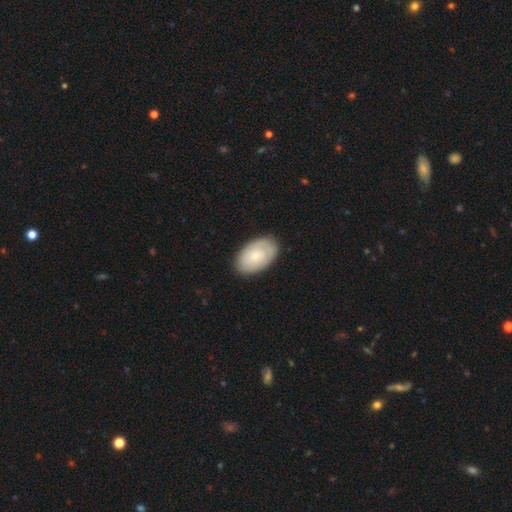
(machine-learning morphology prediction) smooth 62%, featured or disk 32%, star or artifact 6%. Down the decision tree: how rounded — in between (92%); merging — none (84%).